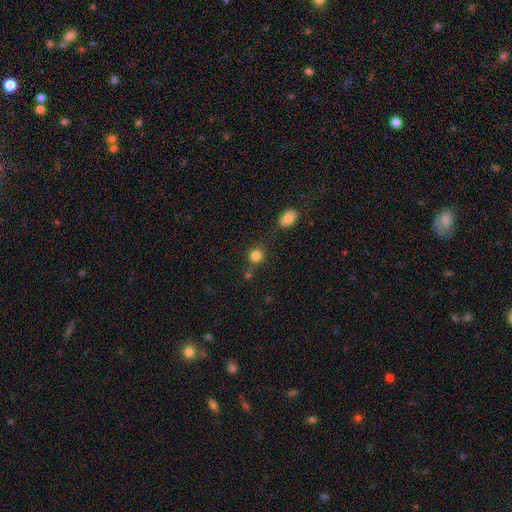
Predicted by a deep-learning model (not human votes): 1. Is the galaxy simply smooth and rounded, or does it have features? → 82% smooth, 12% star or artifact, 6% featured or disk.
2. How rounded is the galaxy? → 87% round, 12% in between, 1% cigar-shaped.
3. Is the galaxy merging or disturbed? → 67% none, 15% merger, 13% minor disturbance, 5% major disturbance.